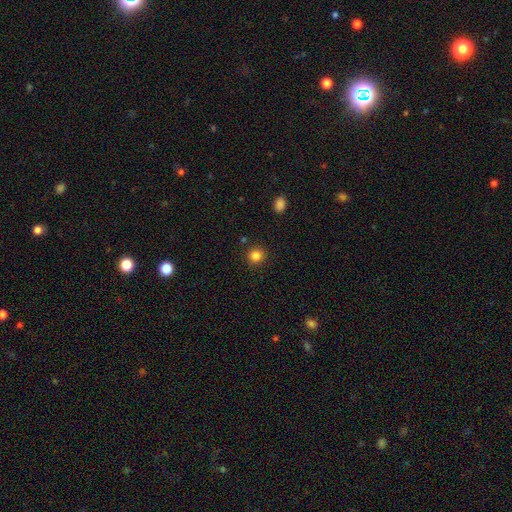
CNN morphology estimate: smooth 84%, star or artifact 12%, featured or disk 4%. Down the decision tree: how rounded — round (92%); merging — none (90%).